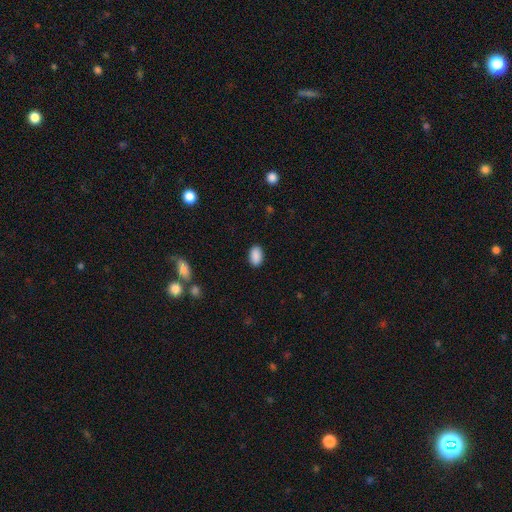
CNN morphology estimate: A smooth galaxy with no disk features (90%) that is in between round and cigar-shaped (91%).

Vote fractions:
- Smooth or featured? smooth: 90% / star or artifact: 7% / featured or disk: 3%
- How rounded? in between: 91% / round: 7% / cigar-shaped: 1%
- Merging? none: 88% / minor disturbance: 8% / major disturbance: 2% / merger: 1%